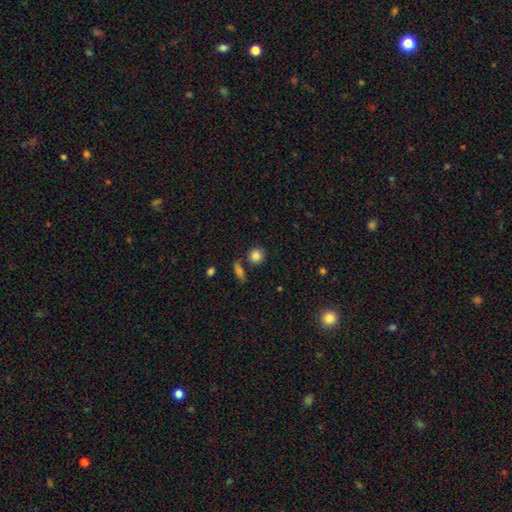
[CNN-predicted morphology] Q: Smooth or featured?
A: smooth (84%); runner-up: star or artifact (9%)
Q: How rounded?
A: round (87%); runner-up: in between (12%)
Q: Merging?
A: none (72%); runner-up: merger (13%)